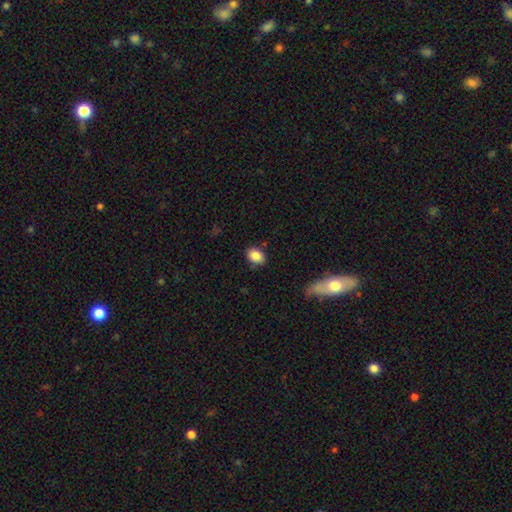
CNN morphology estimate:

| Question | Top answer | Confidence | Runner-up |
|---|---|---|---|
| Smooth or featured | smooth | 85% | star or artifact (8%) |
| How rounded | in between | 76% | round (22%) |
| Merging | none | 84% | minor disturbance (11%) |